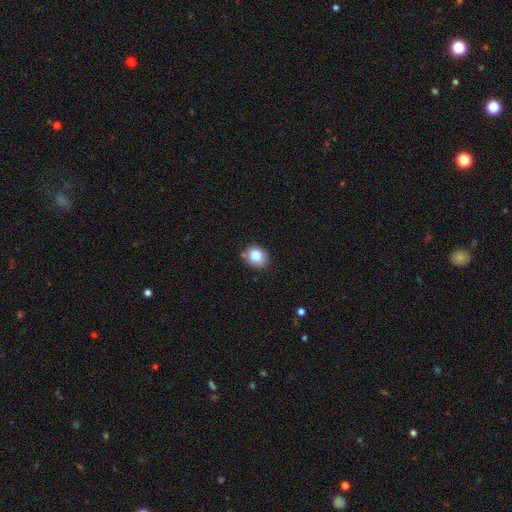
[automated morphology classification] A smooth galaxy with no disk features (83%) that is round (62%).

Vote fractions:
- Smooth or featured? smooth: 83% / star or artifact: 10% / featured or disk: 7%
- How rounded? round: 62% / in between: 37% / cigar-shaped: 1%
- Merging? none: 79% / minor disturbance: 14% / merger: 4% / major disturbance: 3%